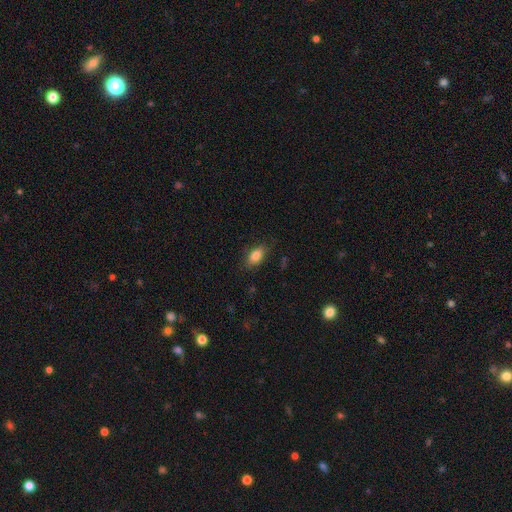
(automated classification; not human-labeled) This is clearly a smooth galaxy (83%). How rounded: clearly in between (89%). Merging: clearly none (81%).